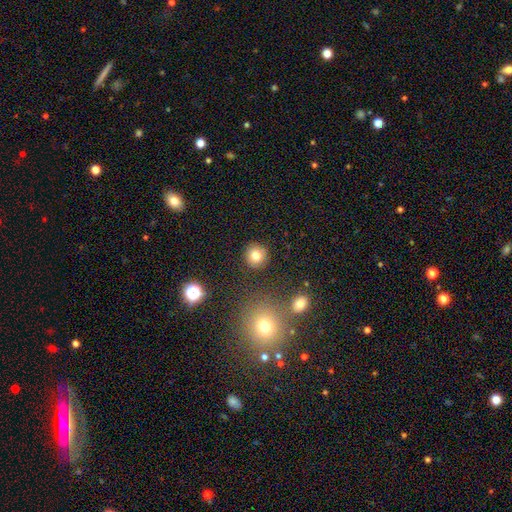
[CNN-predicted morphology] Overall: smooth (80%). How rounded: round (93%). Merging: none (90%).